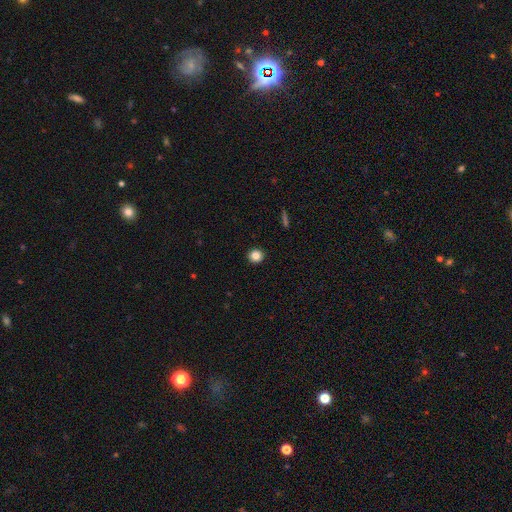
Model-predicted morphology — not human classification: Q: Smooth or featured?
A: smooth (84%); runner-up: star or artifact (11%)
Q: How rounded?
A: round (93%); runner-up: in between (6%)
Q: Merging?
A: none (93%); runner-up: minor disturbance (5%)